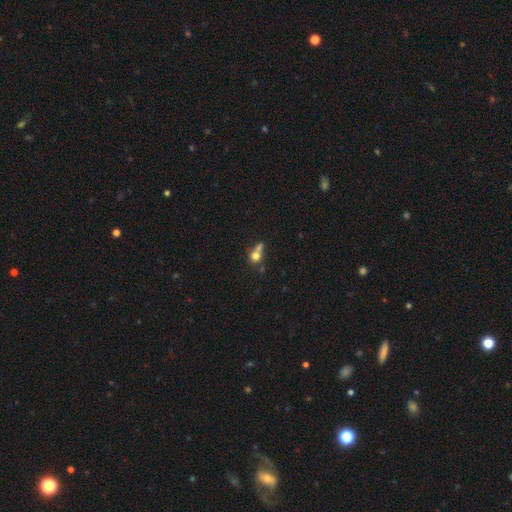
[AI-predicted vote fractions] Smooth or featured? Predicted: smooth (p=0.71). How rounded? Predicted: round (p=0.78). Merging? Predicted: merger (p=0.44).